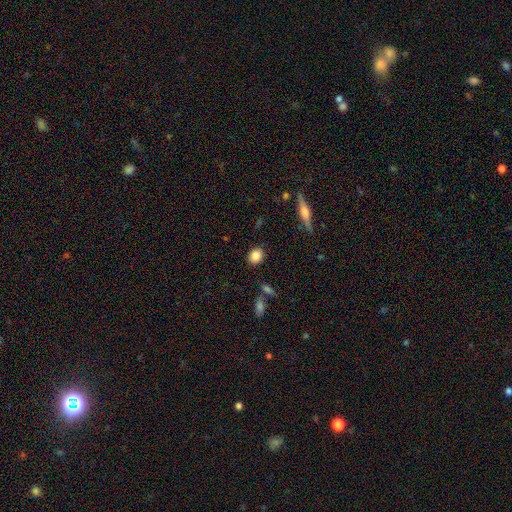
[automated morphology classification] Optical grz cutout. It shows a smooth galaxy with no disk features (84%) that is round (60%). Merging: none (87%).